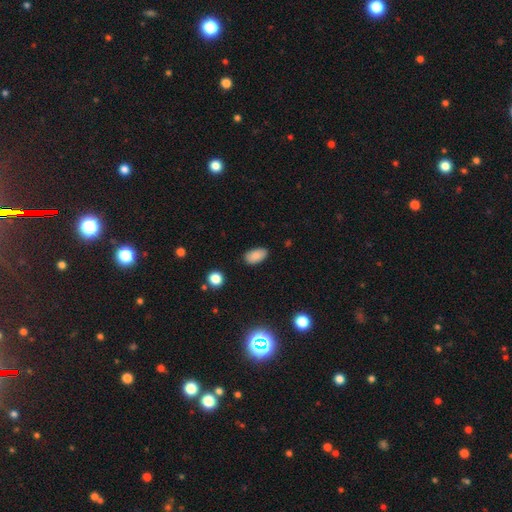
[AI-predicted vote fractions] This appears to be a smooth galaxy with no disk features (86%) that is in between round and cigar-shaped (93%). Merging: none (83%).